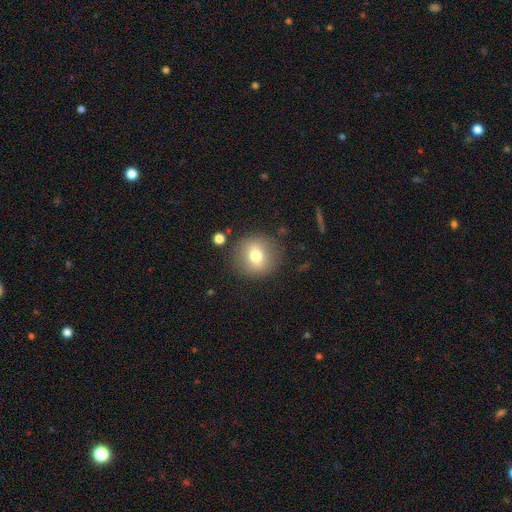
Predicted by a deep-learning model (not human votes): This is likely a smooth galaxy (67%). How rounded: clearly round (89%). Merging: clearly none (86%).